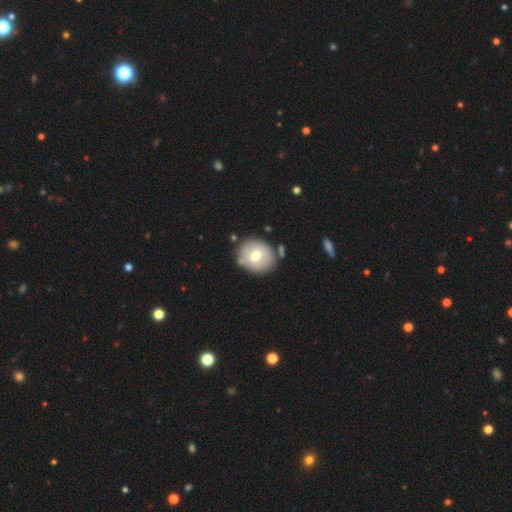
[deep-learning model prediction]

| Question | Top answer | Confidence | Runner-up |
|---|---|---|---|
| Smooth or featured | smooth | 65% | featured or disk (27%) |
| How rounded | round | 84% | in between (15%) |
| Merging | none | 78% | minor disturbance (12%) |